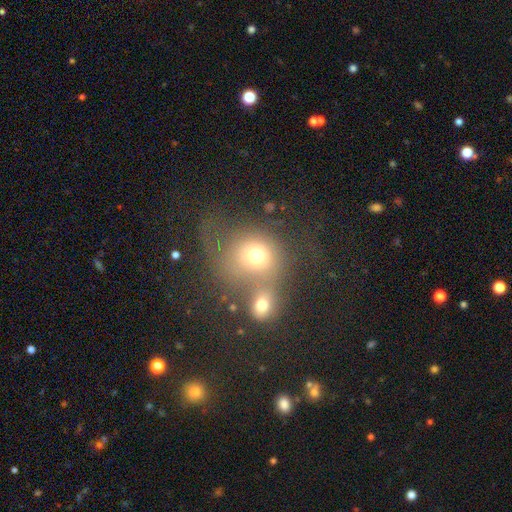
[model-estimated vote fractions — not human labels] smooth 67%, featured or disk 19%, star or artifact 14%. Down the decision tree: how rounded — round (77%); merging — merger (62%).